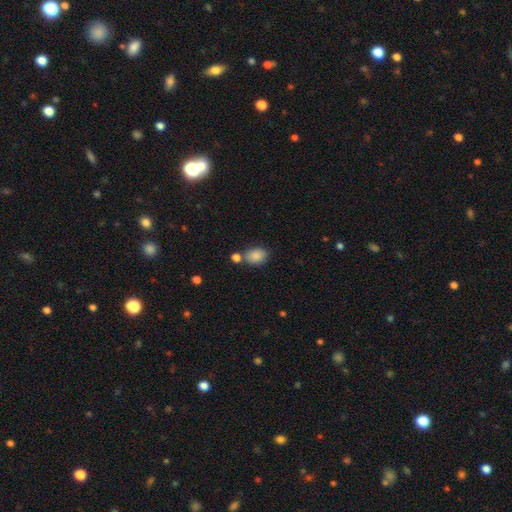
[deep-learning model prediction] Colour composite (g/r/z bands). It shows a smooth galaxy with no disk features (86%) that is in between round and cigar-shaped (68%). Merging: none (65%).